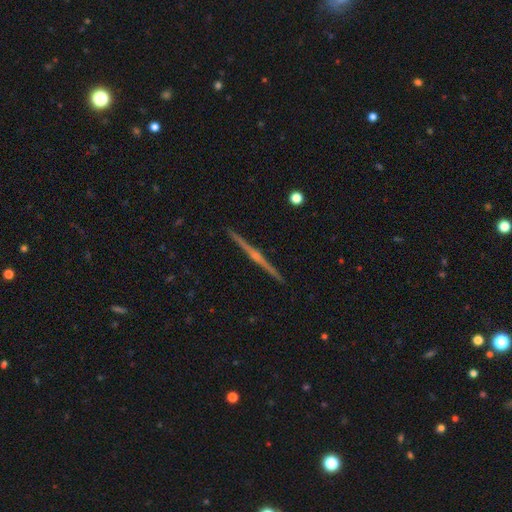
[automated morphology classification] smooth_or_featured: featured or disk (p=0.83) [alt: smooth p=0.11]
disk_edge_on: yes (p=0.99) [alt: no p=0.01]
edge_on_bulge: rounded (p=0.70) [alt: none p=0.19]
merging: none (p=0.93) [alt: minor disturbance p=0.04]